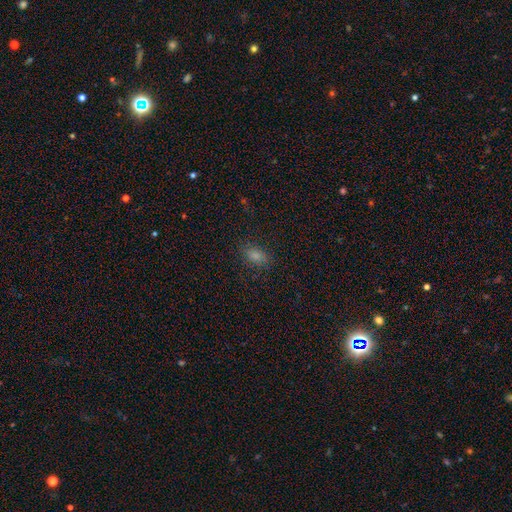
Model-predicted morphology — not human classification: The model was most divided on "smooth or featured": smooth: 80%, star or artifact: 14%, featured or disk: 6%. More confident: how rounded — in between (83%); merging — none (81%).